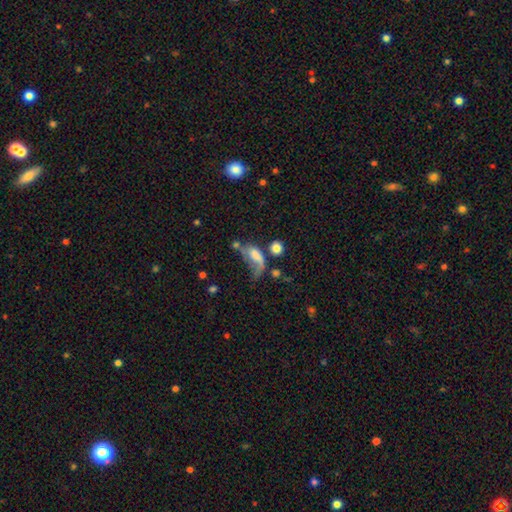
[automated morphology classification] smooth 56%, featured or disk 32%, star or artifact 12%. Down the decision tree: how rounded — in between (78%); merging — major disturbance (47%).